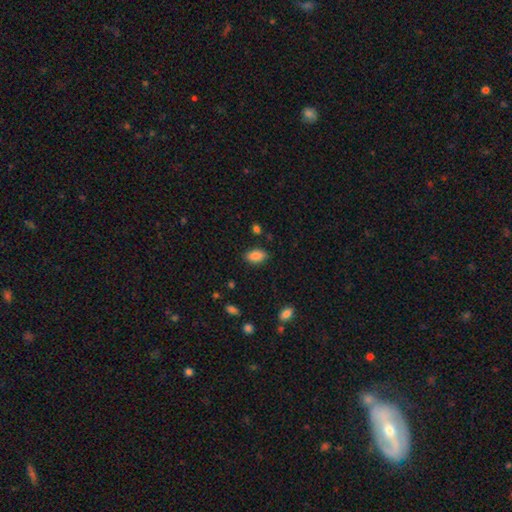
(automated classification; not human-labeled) smooth 85%, star or artifact 8%, featured or disk 7%. Down the decision tree: how rounded — in between (91%); merging — none (84%).